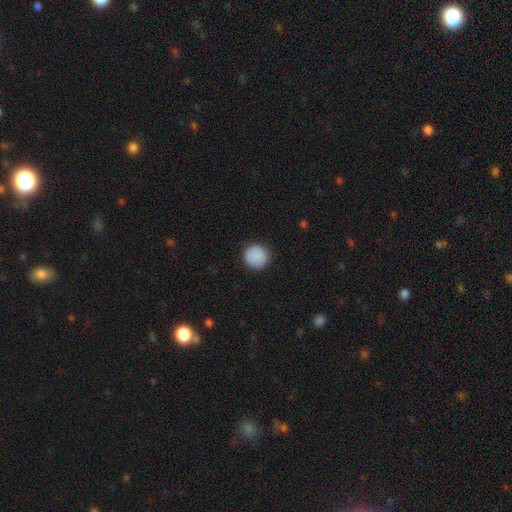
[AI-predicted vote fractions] Q: Smooth or featured?
A: smooth (89%); runner-up: star or artifact (8%)
Q: How rounded?
A: round (94%); runner-up: in between (5%)
Q: Merging?
A: none (89%); runner-up: minor disturbance (8%)